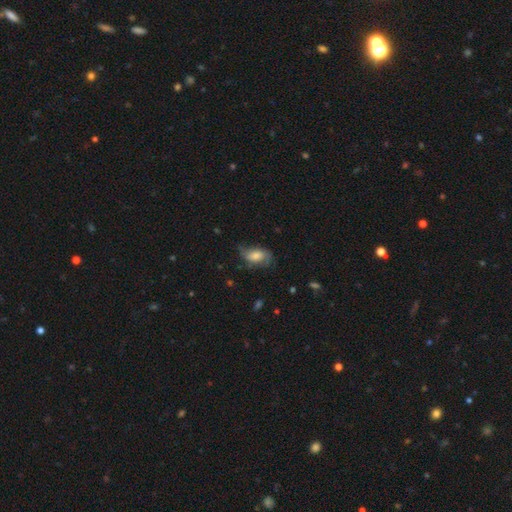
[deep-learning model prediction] Q: Smooth or featured?
A: smooth (50%); runner-up: featured or disk (42%)
Q: Merging?
A: none (49%); runner-up: minor disturbance (31%)